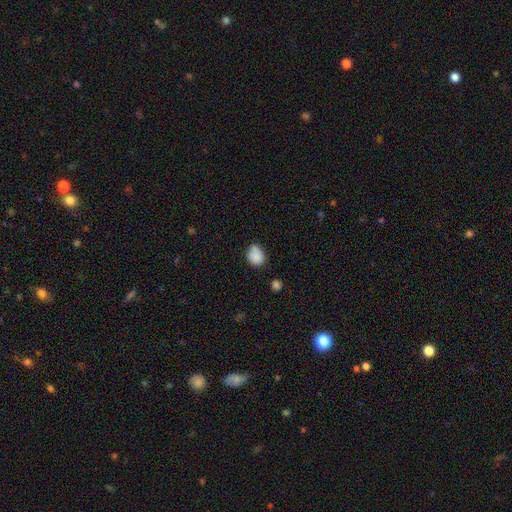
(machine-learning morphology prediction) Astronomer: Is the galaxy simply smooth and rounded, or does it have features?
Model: smooth — 81%.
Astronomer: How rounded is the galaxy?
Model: round — 57% (runner-up: in between, 42%).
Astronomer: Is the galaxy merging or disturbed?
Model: none — 53%.